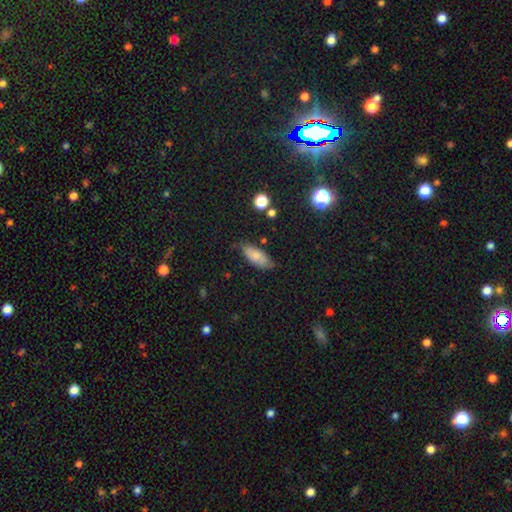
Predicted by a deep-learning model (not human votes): A smooth galaxy with no disk features (78%) that is in between round and cigar-shaped (82%). Merging: none (69%).